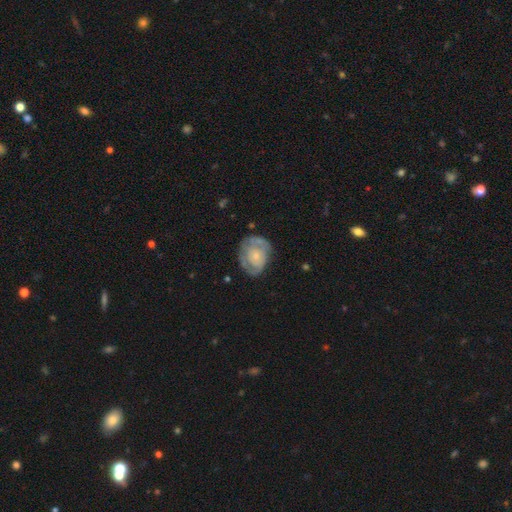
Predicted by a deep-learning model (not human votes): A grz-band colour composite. It shows a featured or disk galaxy (65%) with no bar (82%), spiral arms (68%) and a small central bulge (66%). Merging: none (61%).